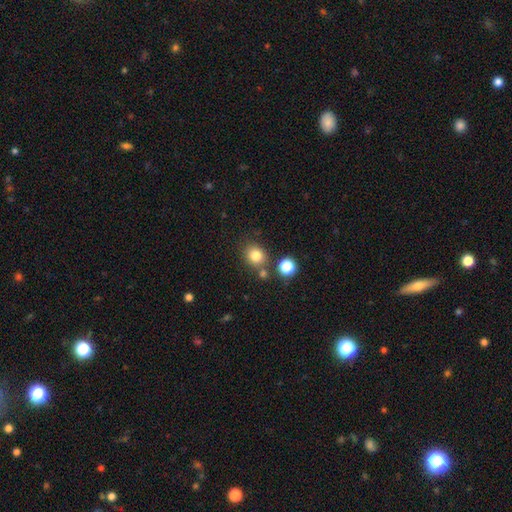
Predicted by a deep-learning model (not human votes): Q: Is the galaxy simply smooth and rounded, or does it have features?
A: smooth — 81%.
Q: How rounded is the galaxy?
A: round — 76%.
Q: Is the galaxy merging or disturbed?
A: none — 72%.